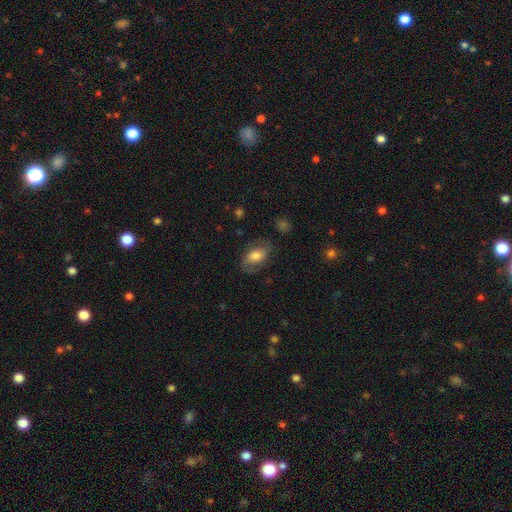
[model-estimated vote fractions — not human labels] smooth-or-featured: smooth: 60% | featured or disk: 32% | star or artifact: 8%
  how-rounded: in between: 86% | round: 12% | cigar-shaped: 2%
  merging: none: 70% | minor disturbance: 19% | major disturbance: 10% | merger: 2%